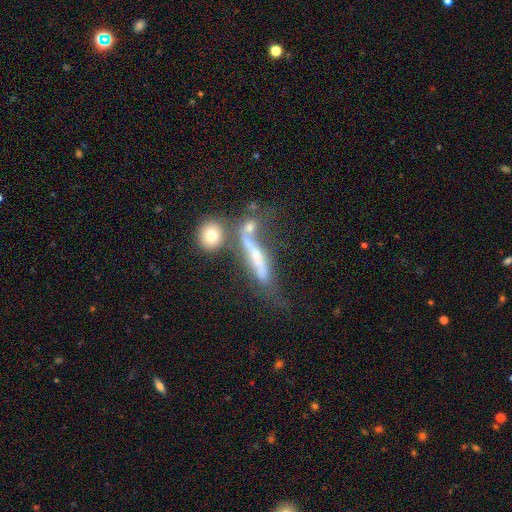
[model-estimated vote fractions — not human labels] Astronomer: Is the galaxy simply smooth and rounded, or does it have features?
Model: featured or disk — 57% (runner-up: smooth, 33%).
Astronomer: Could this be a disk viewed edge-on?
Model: yes — 64%.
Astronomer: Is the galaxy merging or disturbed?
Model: none — 30% (runner-up: merger, 29%).